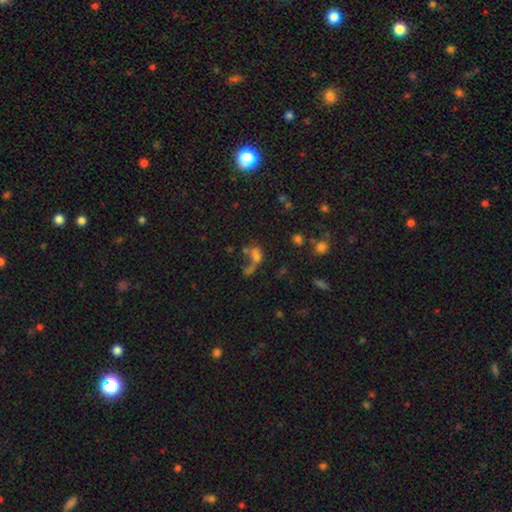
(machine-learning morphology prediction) Q: Smooth or featured?
A: smooth (51%); runner-up: featured or disk (25%)
Q: How rounded?
A: in between (55%); runner-up: round (40%)
Q: Merging?
A: merger (47%); runner-up: none (24%)